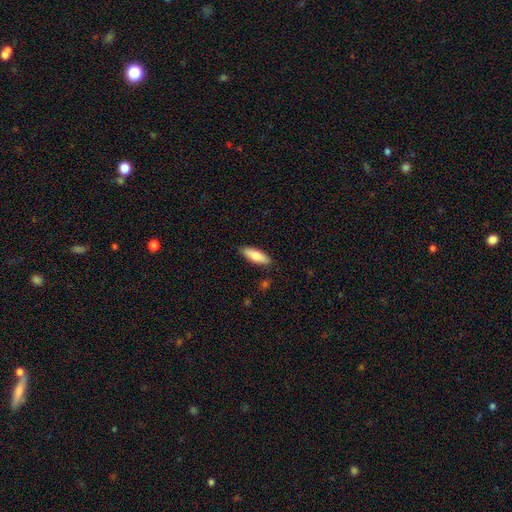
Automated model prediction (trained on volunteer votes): Smooth or featured: smooth — 76% (featured or disk — 18%)
How rounded: in between — 62% (cigar-shaped — 36%)
Merging: none — 87% (minor disturbance — 10%)